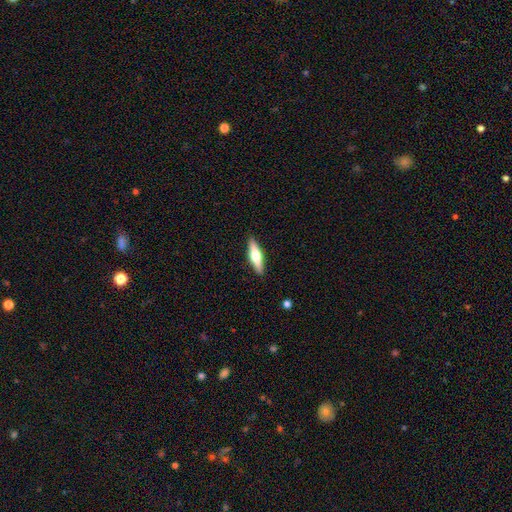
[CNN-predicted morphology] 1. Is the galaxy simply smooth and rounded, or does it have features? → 49% featured or disk, 45% smooth, 6% star or artifact.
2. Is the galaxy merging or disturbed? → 90% none, 7% minor disturbance, 2% major disturbance, 1% merger.